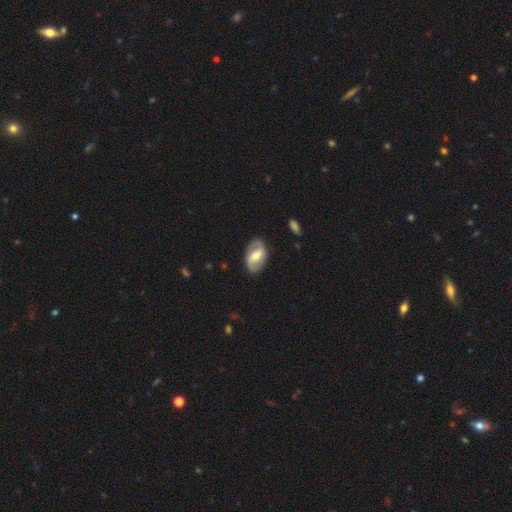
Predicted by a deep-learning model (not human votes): This is likely a featured or disk galaxy (61%). It is clearly not viewed edge-on (94%). Bar: marginally weak (44%). Spiral arm pattern: likely yes (74%). Central bulge: likely moderate (61%). Merging: clearly none (82%).